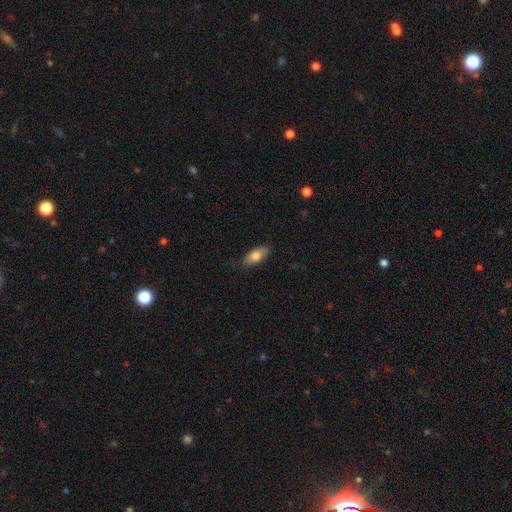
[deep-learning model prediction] Smooth or featured? Predicted: smooth (p=0.78). How rounded? Predicted: in between (p=0.84). Merging? Predicted: none (p=0.84).